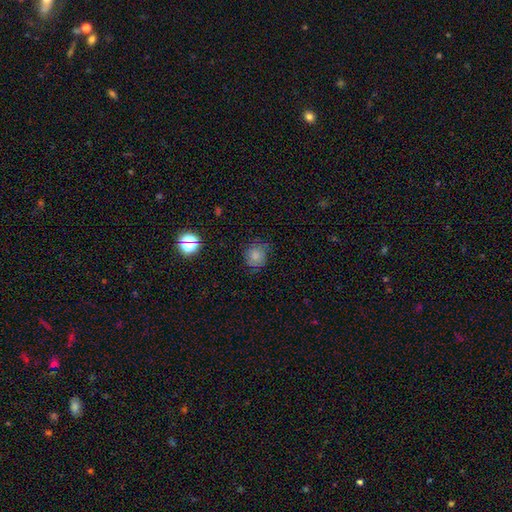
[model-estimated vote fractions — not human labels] This is likely a smooth galaxy (76%). How rounded: clearly round (81%). Merging: likely none (70%).